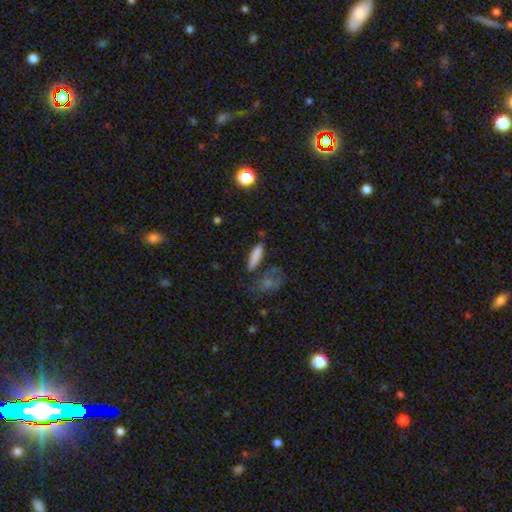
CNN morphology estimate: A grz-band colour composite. It shows a smooth galaxy with no disk features (81%) that is cigar-shaped (72%). Merging: none (71%).